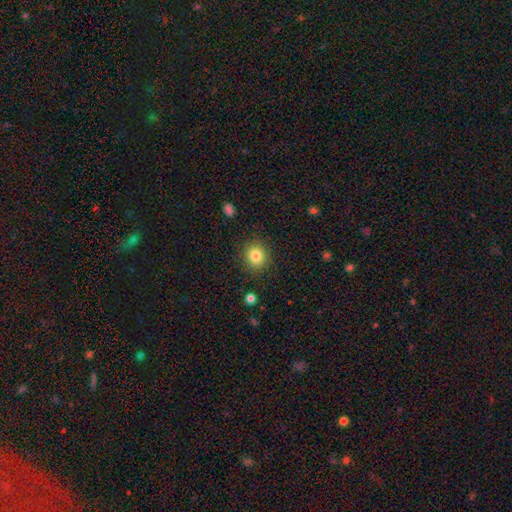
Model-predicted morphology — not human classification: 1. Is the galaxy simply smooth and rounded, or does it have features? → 82% smooth, 11% star or artifact, 7% featured or disk.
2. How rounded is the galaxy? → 80% round, 19% in between, 1% cigar-shaped.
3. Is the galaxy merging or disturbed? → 87% none, 9% minor disturbance, 3% major disturbance, 1% merger.